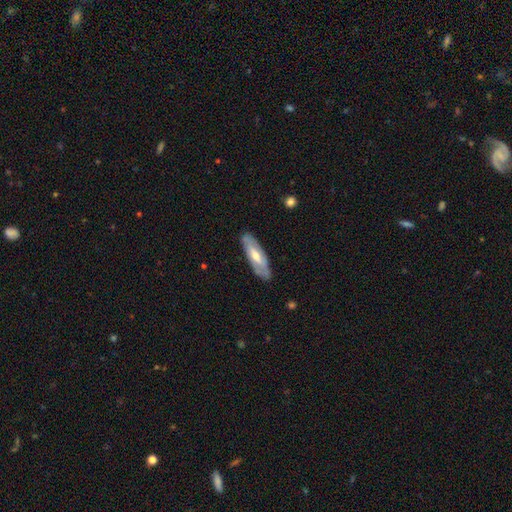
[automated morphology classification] smooth-or-featured: featured or disk: 62% | smooth: 33% | star or artifact: 5%
  disk-edge-on: no: 72% | yes: 28%
  merging: none: 82% | minor disturbance: 14% | major disturbance: 3% | merger: 1%